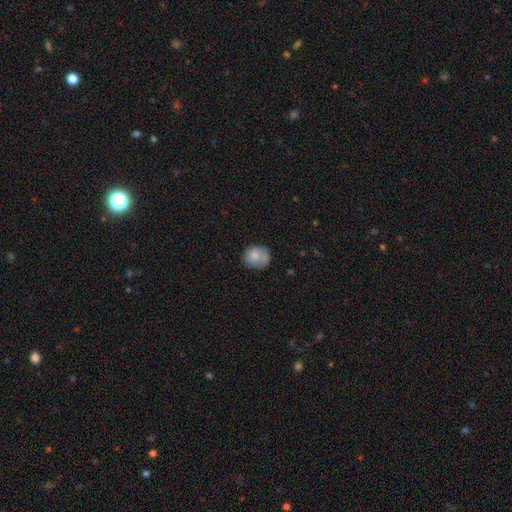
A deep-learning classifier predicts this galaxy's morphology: smooth 75%, featured or disk 16%, star or artifact 8%. Down the decision tree: how rounded — round (75%); merging — none (62%).